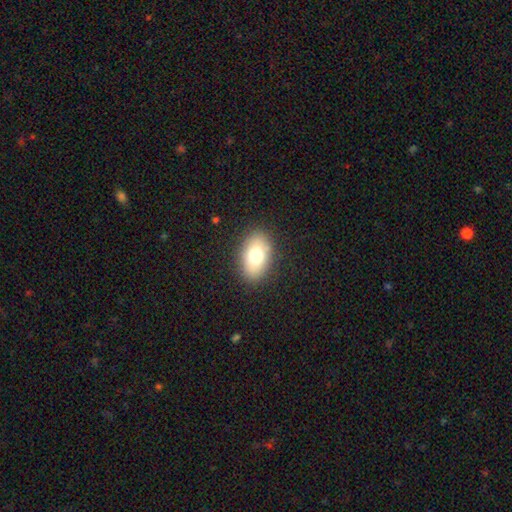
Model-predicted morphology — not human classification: This appears to be a smooth galaxy with no disk features (74%) that is in between round and cigar-shaped (86%). Merging: none (86%).